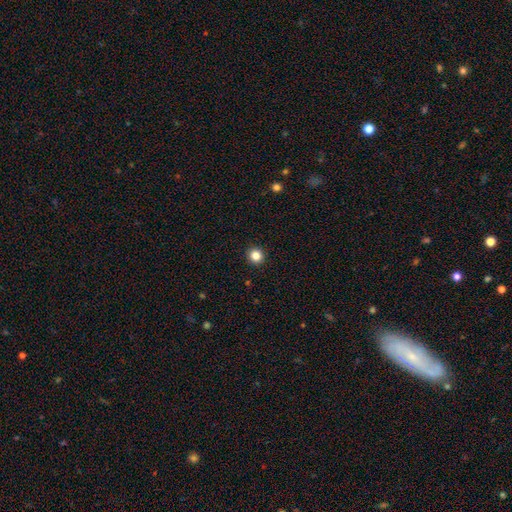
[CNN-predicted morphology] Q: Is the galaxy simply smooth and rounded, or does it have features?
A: smooth — 84%.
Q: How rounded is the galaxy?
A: round — 94%.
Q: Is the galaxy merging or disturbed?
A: none — 94%.